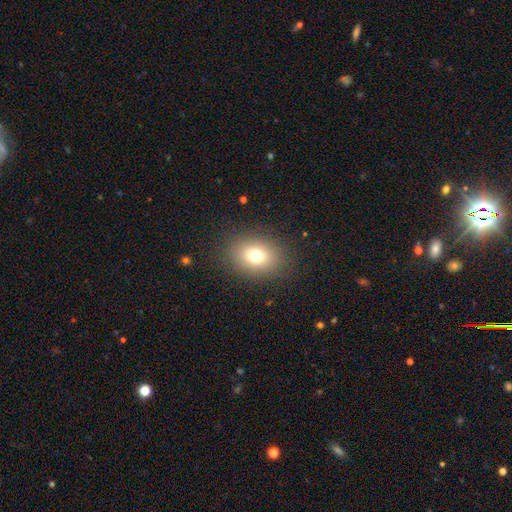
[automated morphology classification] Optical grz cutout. It shows a smooth galaxy with no disk features (74%) that is in between round and cigar-shaped (59%). Merging: none (86%).